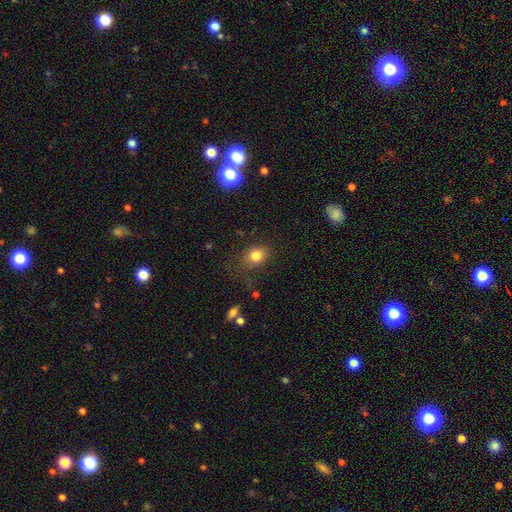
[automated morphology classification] Smooth or featured? Predicted: smooth (p=0.81). How rounded? Predicted: round (p=0.52). Merging? Predicted: none (p=0.74).